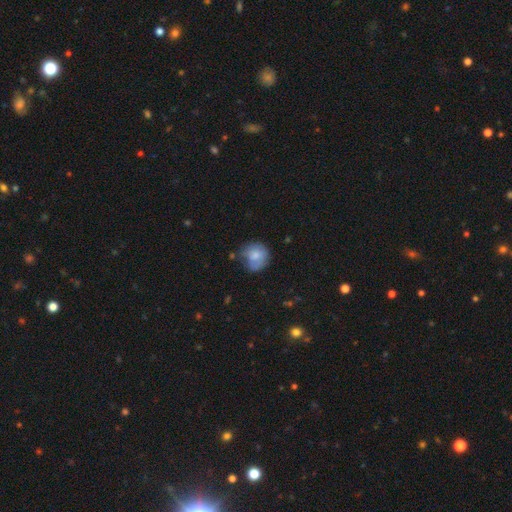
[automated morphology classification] The model was most divided on "merging": none: 51%, minor disturbance: 31%, major disturbance: 12%, merger: 5%. More confident: how rounded — round (80%); smooth or featured — smooth (73%).